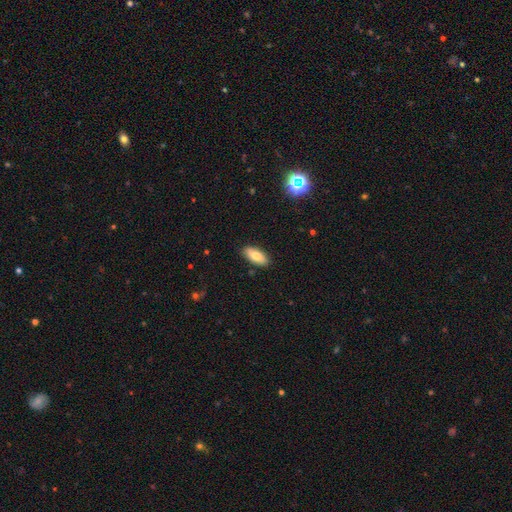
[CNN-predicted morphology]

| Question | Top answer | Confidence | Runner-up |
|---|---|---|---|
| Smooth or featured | smooth | 77% | featured or disk (16%) |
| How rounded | in between | 87% | cigar-shaped (11%) |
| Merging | none | 88% | minor disturbance (9%) |